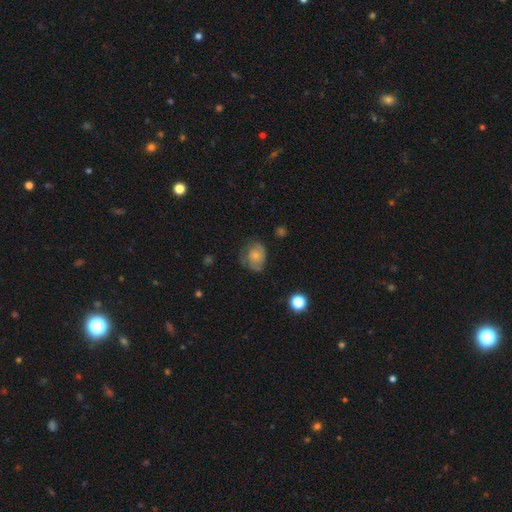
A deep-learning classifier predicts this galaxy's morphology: Q: Smooth or featured?
A: smooth (63%); runner-up: featured or disk (28%)
Q: How rounded?
A: in between (52%); runner-up: round (47%)
Q: Merging?
A: none (48%); runner-up: minor disturbance (31%)